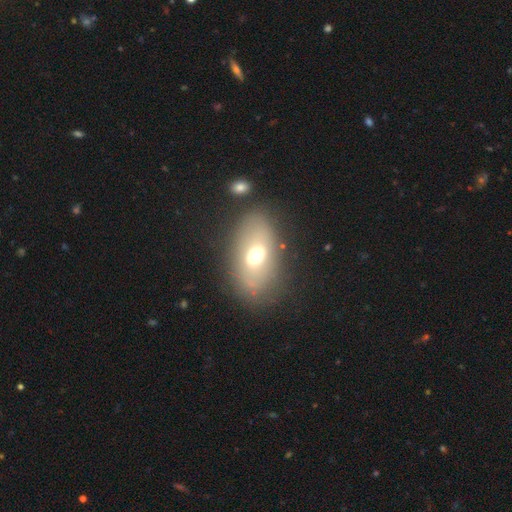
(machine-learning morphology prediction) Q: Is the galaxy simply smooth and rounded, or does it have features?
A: smooth — 58%.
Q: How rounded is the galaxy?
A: in between — 86%.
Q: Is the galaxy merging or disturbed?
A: none — 74%.